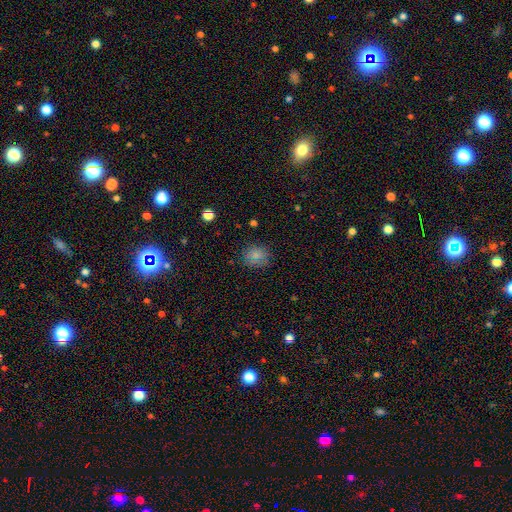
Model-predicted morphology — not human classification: smooth_or_featured: smooth (p=0.76) [alt: star or artifact p=0.17]
how_rounded: round (p=0.71) [alt: in between p=0.28]
merging: none (p=0.81) [alt: minor disturbance p=0.13]